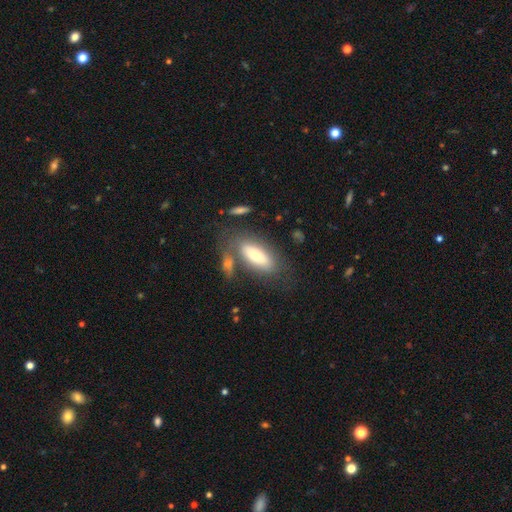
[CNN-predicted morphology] A smooth galaxy with no disk features (68%) that is in between round and cigar-shaped (78%).

Vote fractions:
- Smooth or featured? smooth: 68% / featured or disk: 25% / star or artifact: 6%
- How rounded? in between: 78% / cigar-shaped: 20% / round: 2%
- Merging? none: 56% / minor disturbance: 18% / merger: 14% / major disturbance: 11%